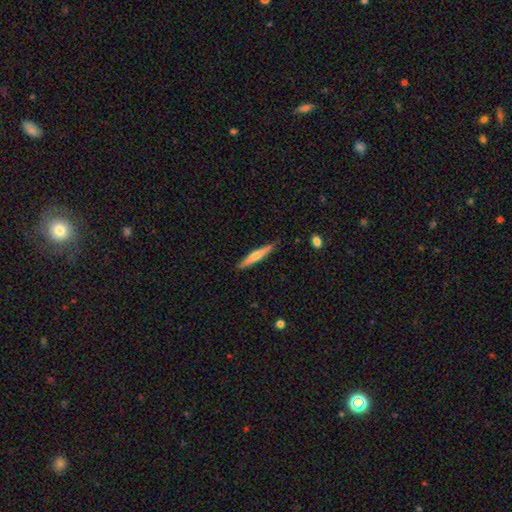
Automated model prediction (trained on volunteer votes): Smooth or featured? smooth (56%)
How rounded? cigar-shaped (93%)
Merging? none (86%)